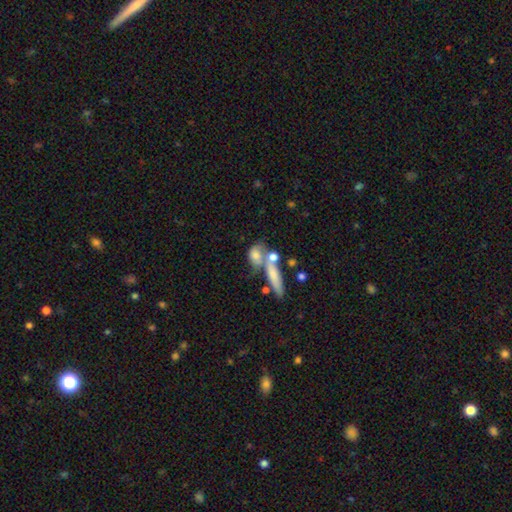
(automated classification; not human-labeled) This is likely a smooth galaxy (66%). How rounded: possibly in between (53%). Merging: possibly merger (45%).